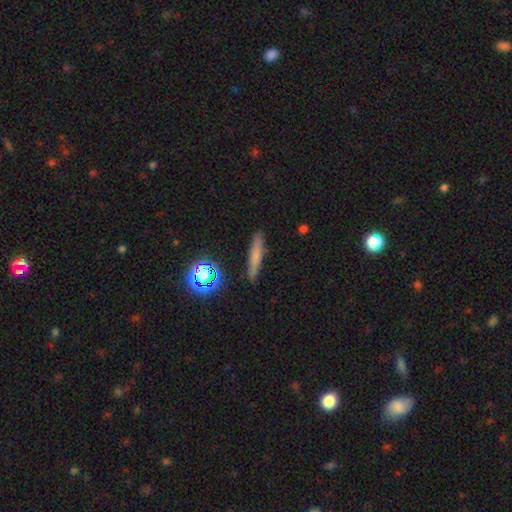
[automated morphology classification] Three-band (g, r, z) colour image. It shows a smooth galaxy with no disk features (64%) that is cigar-shaped (88%). Merging: none (87%).